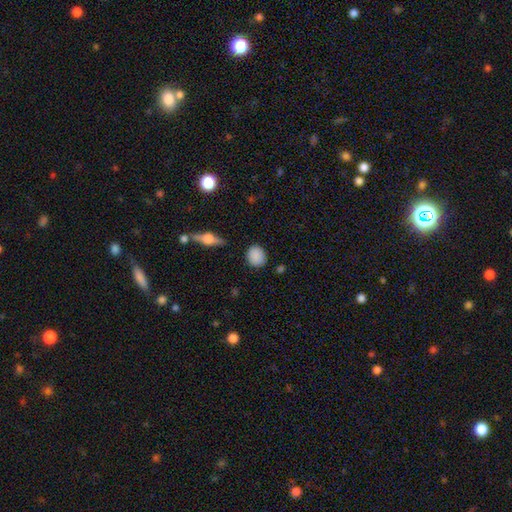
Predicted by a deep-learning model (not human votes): smooth 85%, star or artifact 8%, featured or disk 7%. Down the decision tree: how rounded — round (72%); merging — none (84%).